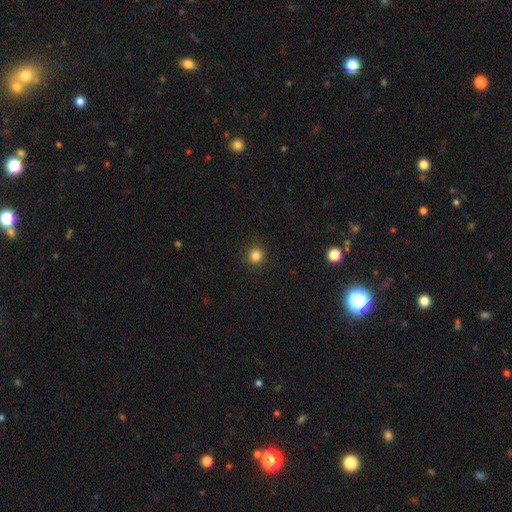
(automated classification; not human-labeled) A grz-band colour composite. It shows a smooth galaxy with no disk features (84%) that is round (93%). Merging: none (91%).